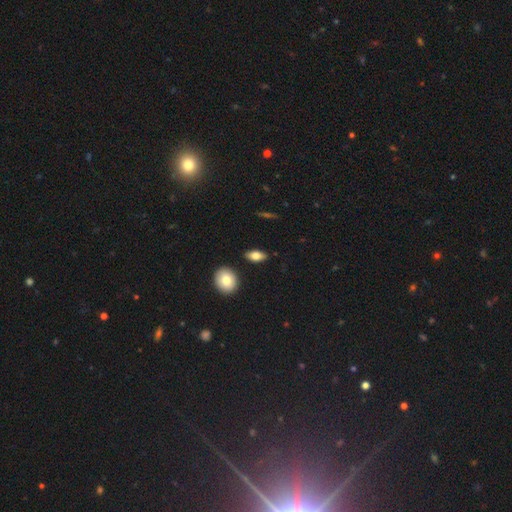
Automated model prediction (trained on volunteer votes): smooth 74%, featured or disk 18%, star or artifact 7%. Down the decision tree: how rounded — in between (86%); merging — none (86%).